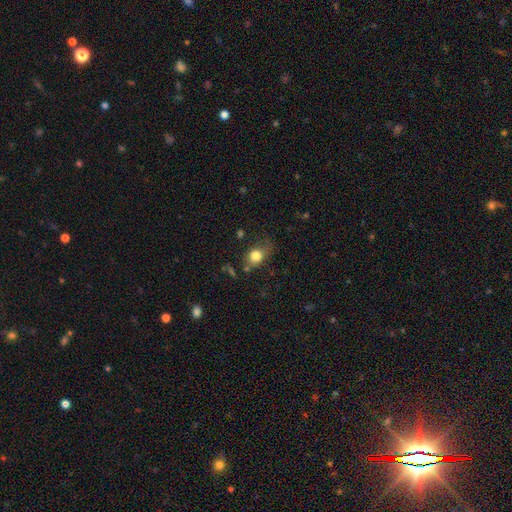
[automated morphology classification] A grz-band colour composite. It shows a smooth galaxy with no disk features (80%) that is in between round and cigar-shaped (51%). Merging: none (47%).